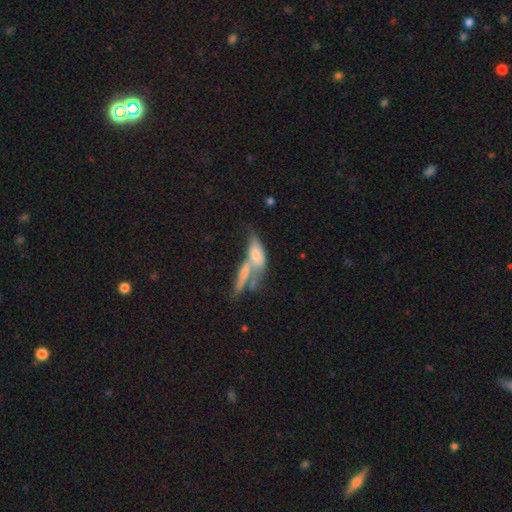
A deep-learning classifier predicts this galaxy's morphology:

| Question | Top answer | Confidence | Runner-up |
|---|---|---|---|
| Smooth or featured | smooth | 57% | featured or disk (34%) |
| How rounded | in between | 61% | cigar-shaped (36%) |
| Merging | merger | 61% | none (22%) |